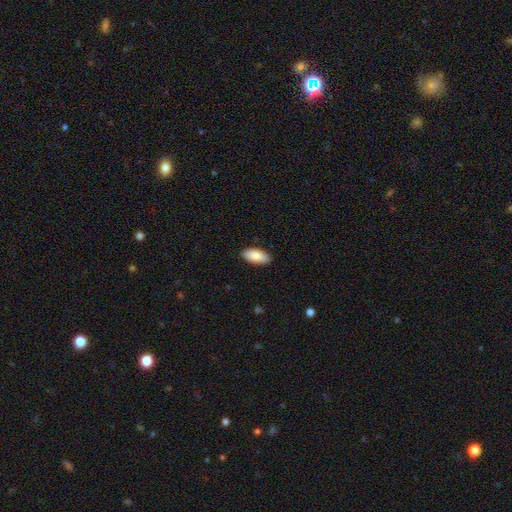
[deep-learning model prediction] This is clearly a smooth galaxy (87%). How rounded: clearly in between (89%). Merging: clearly none (89%).